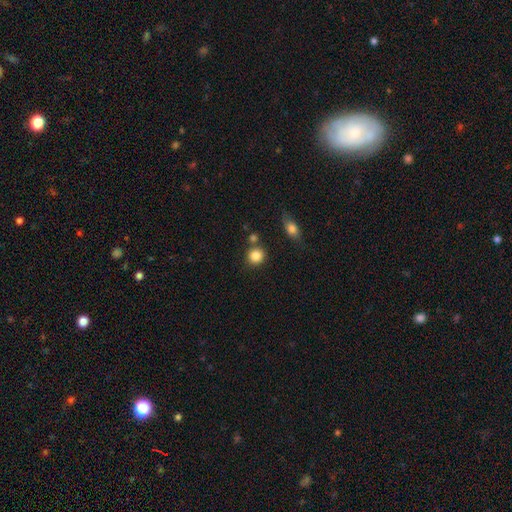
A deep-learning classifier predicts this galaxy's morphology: Smooth or featured? smooth (86%)
How rounded? round (85%)
Merging? none (74%)